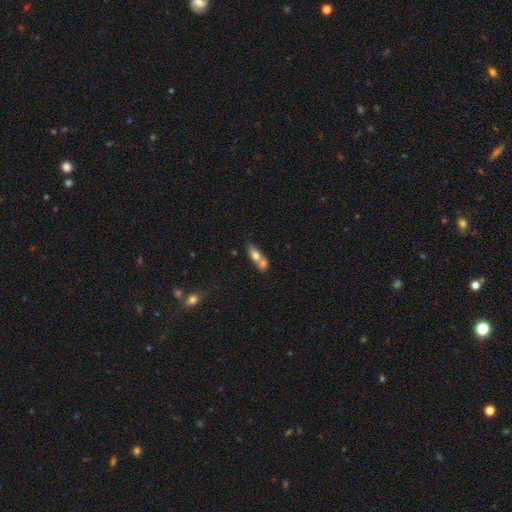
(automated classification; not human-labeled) The model was most divided on "merging": merger: 65%, none: 23%, minor disturbance: 8%, major disturbance: 4%. More confident: how rounded — in between (72%); smooth or featured — smooth (70%).